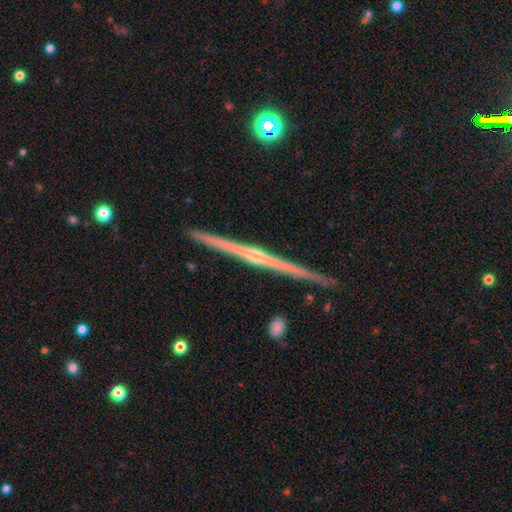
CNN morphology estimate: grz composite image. It shows a featured or disk galaxy (86%) viewed edge-on (99%) with a rounded central bulge (73%). Merging: none (92%).